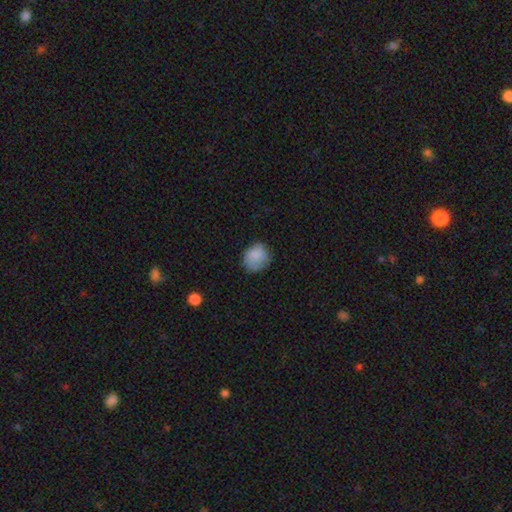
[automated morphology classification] A smooth galaxy with no disk features (84%) that is round (67%). Merging: none (70%).